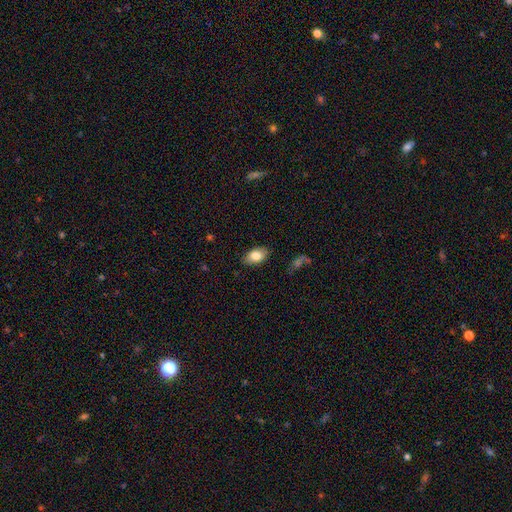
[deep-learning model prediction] This is clearly a smooth galaxy (83%). How rounded: clearly in between (91%). Merging: clearly none (84%).